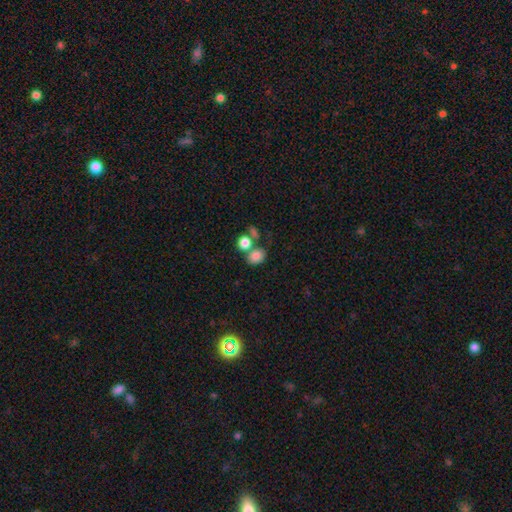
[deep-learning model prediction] Smooth or featured: smooth — 80% (star or artifact — 11%)
How rounded: round — 61% (in between — 38%)
Merging: none — 54% (merger — 32%)